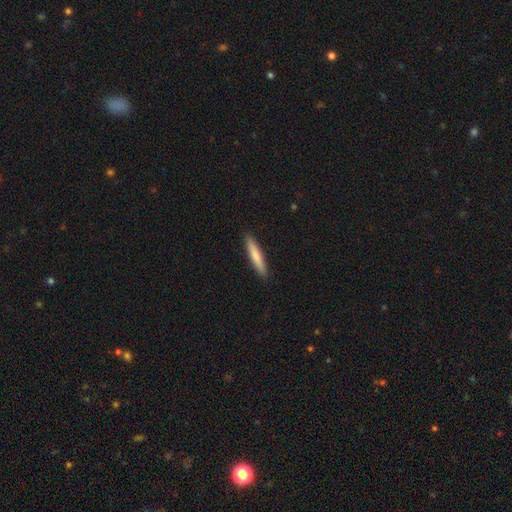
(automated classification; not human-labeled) smooth-or-featured: smooth: 76% | featured or disk: 19% | star or artifact: 5%
  how-rounded: cigar-shaped: 93% | in between: 6% | round: 1%
  merging: none: 92% | minor disturbance: 6% | major disturbance: 1% | merger: 1%